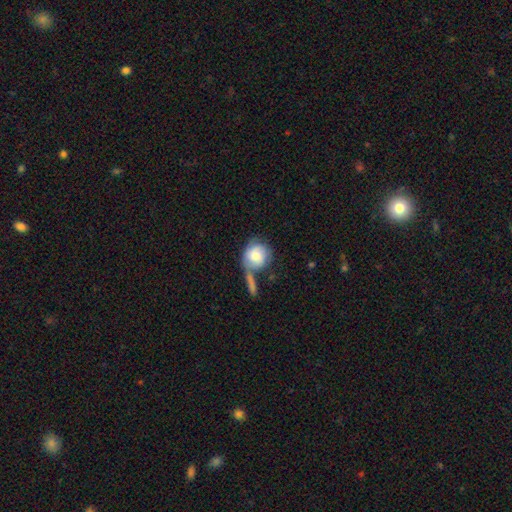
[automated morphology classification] Overall: smooth (71%). How rounded: round (79%). Merging: none (34%; merger 32%).